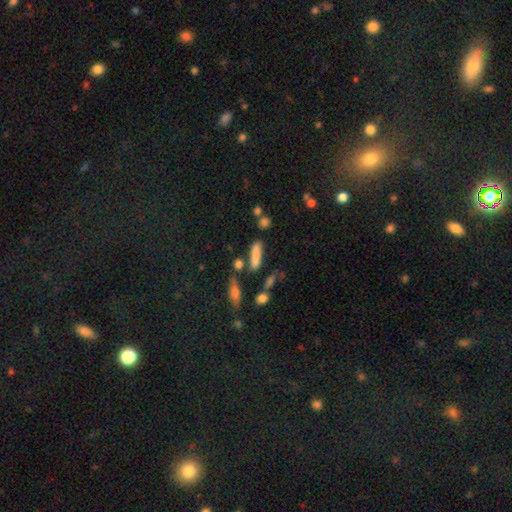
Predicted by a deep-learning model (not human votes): This is likely a smooth galaxy (79%). How rounded: likely cigar-shaped (65%). Merging: likely none (65%).